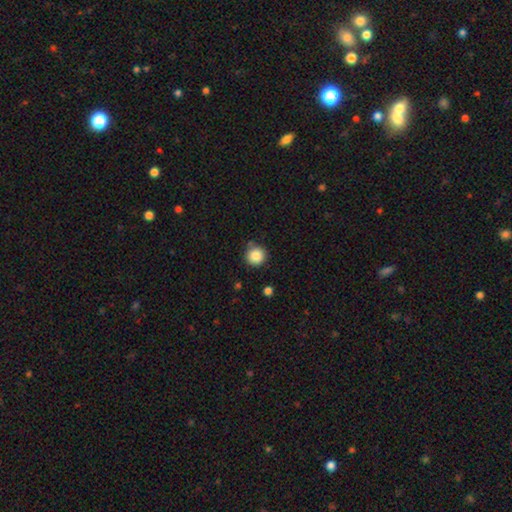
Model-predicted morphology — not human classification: Smooth or featured: smooth — 86% (star or artifact — 10%)
How rounded: round — 94% (in between — 5%)
Merging: none — 84% (minor disturbance — 10%)